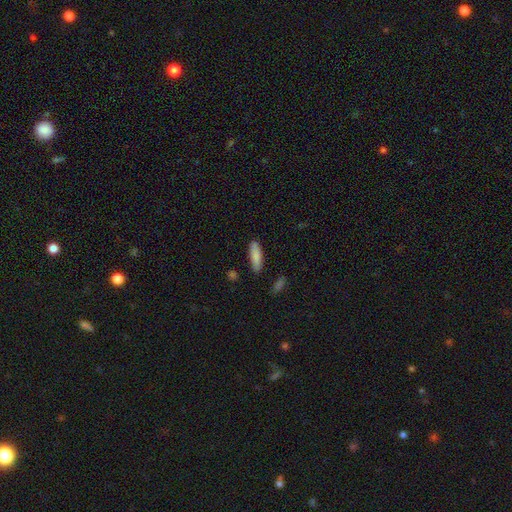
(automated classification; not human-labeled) smooth_or_featured: smooth (p=0.85) [alt: featured or disk p=0.09]
how_rounded: cigar-shaped (p=0.56) [alt: in between p=0.42]
merging: none (p=0.84) [alt: minor disturbance p=0.12]